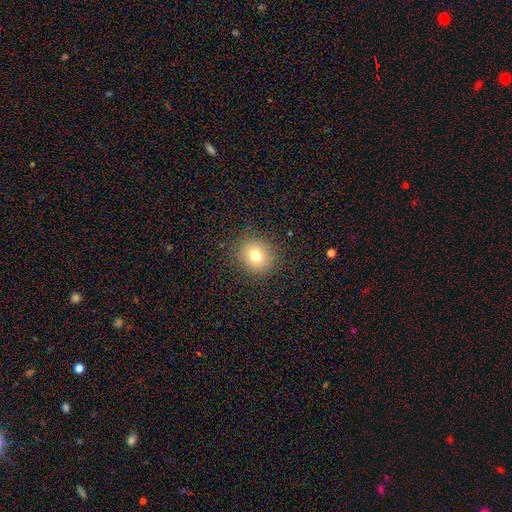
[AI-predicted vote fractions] A smooth galaxy with no disk features (75%) that is round (82%).

Vote fractions:
- Smooth or featured? smooth: 75% / star or artifact: 14% / featured or disk: 11%
- How rounded? round: 82% / in between: 17% / cigar-shaped: 1%
- Merging? none: 87% / minor disturbance: 8% / major disturbance: 3% / merger: 1%